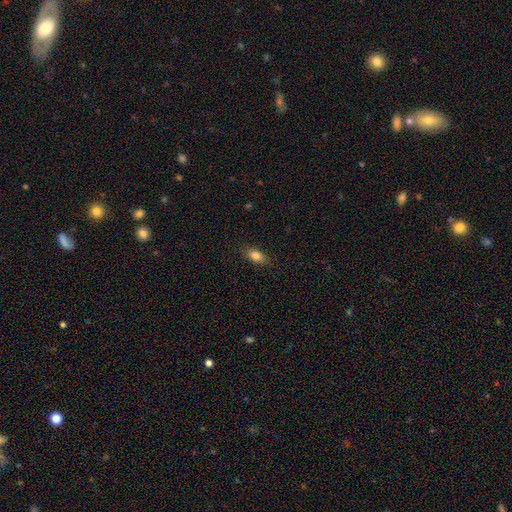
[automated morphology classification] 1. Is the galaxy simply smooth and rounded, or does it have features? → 83% smooth, 9% star or artifact, 8% featured or disk.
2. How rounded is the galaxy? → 84% in between, 9% round, 7% cigar-shaped.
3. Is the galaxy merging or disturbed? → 85% none, 11% minor disturbance, 3% major disturbance, 1% merger.